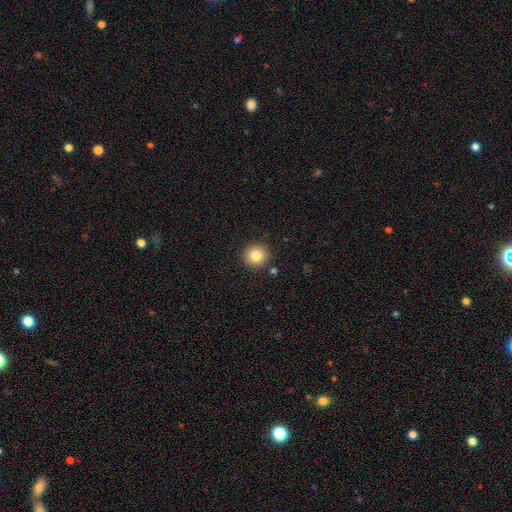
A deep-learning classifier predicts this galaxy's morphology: Q: Smooth or featured?
A: smooth (83%); runner-up: star or artifact (10%)
Q: How rounded?
A: round (92%); runner-up: in between (7%)
Q: Merging?
A: none (89%); runner-up: minor disturbance (7%)